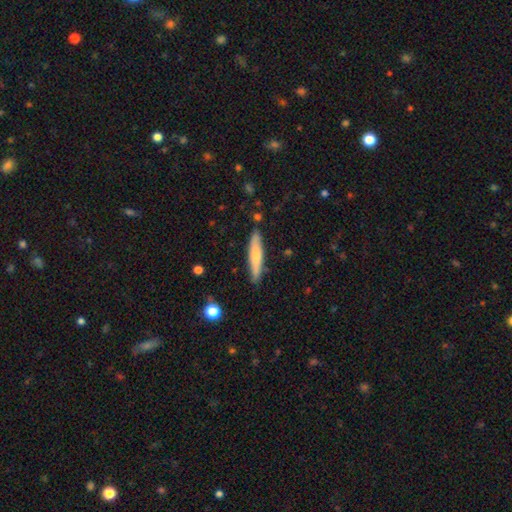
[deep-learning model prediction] A smooth galaxy with no disk features (68%) that is cigar-shaped (87%). Merging: none (85%).